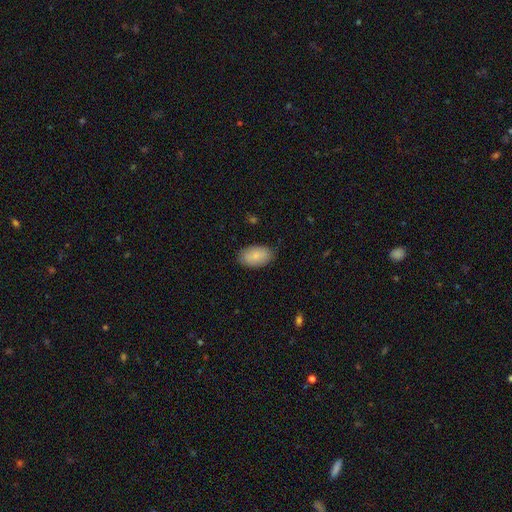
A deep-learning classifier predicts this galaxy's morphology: A smooth galaxy with no disk features (83%) that is in between round and cigar-shaped (93%).

Vote fractions:
- Smooth or featured? smooth: 83% / featured or disk: 11% / star or artifact: 6%
- How rounded? in between: 93% / round: 5% / cigar-shaped: 2%
- Merging? none: 82% / minor disturbance: 14% / major disturbance: 3% / merger: 1%